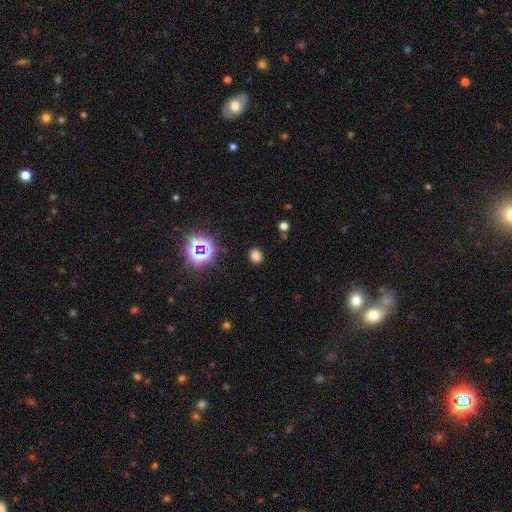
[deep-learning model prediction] This appears to be a smooth galaxy with no disk features (72%) that is round (63%). Merging: none (88%).